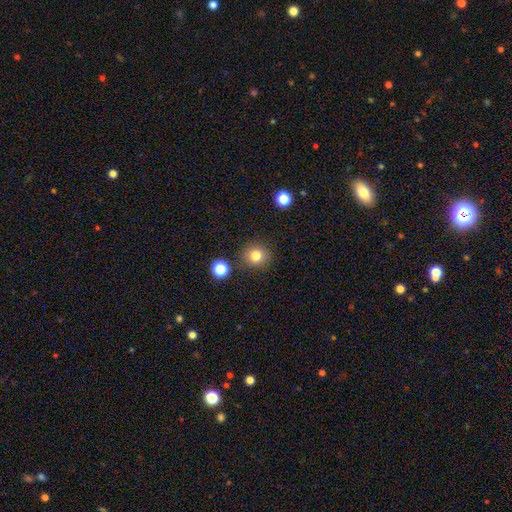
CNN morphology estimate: Smooth or featured: smooth — 81% (star or artifact — 12%)
How rounded: round — 92% (in between — 7%)
Merging: none — 86% (minor disturbance — 7%)